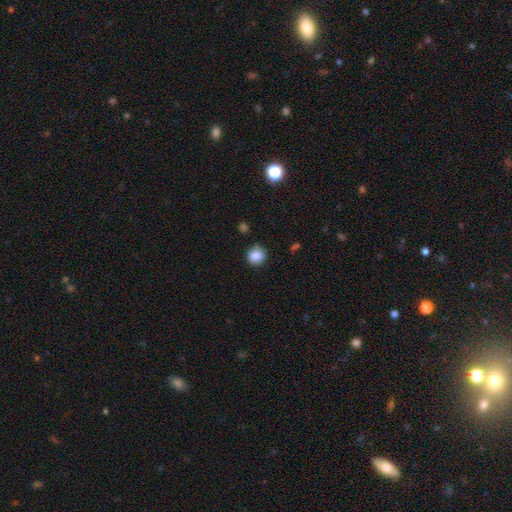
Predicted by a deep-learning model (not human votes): Smooth or featured: smooth — 86% (star or artifact — 10%)
How rounded: round — 83% (in between — 16%)
Merging: none — 75% (minor disturbance — 18%)